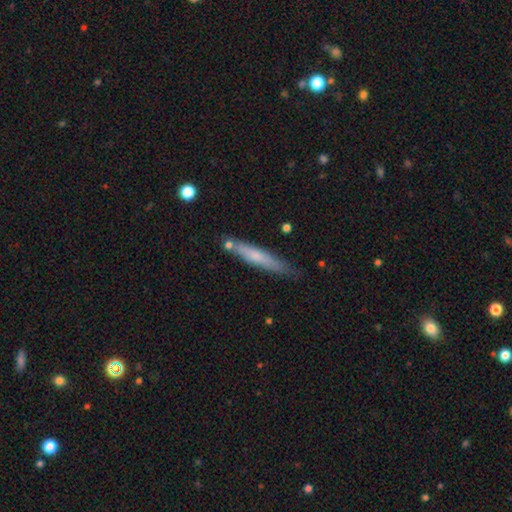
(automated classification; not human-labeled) smooth 60%, featured or disk 34%, star or artifact 6%. Down the decision tree: how rounded — cigar-shaped (92%); merging — none (74%).